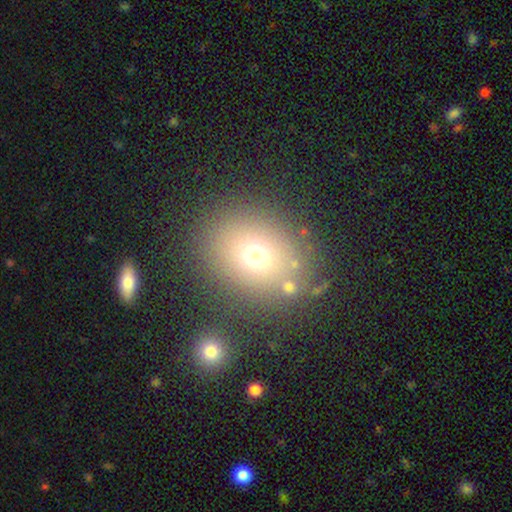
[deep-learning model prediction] A smooth galaxy with no disk features (71%) that is round (56%).

Vote fractions:
- Smooth or featured? smooth: 71% / star or artifact: 17% / featured or disk: 13%
- How rounded? round: 56% / in between: 43% / cigar-shaped: 1%
- Merging? none: 77% / minor disturbance: 11% / merger: 7% / major disturbance: 5%